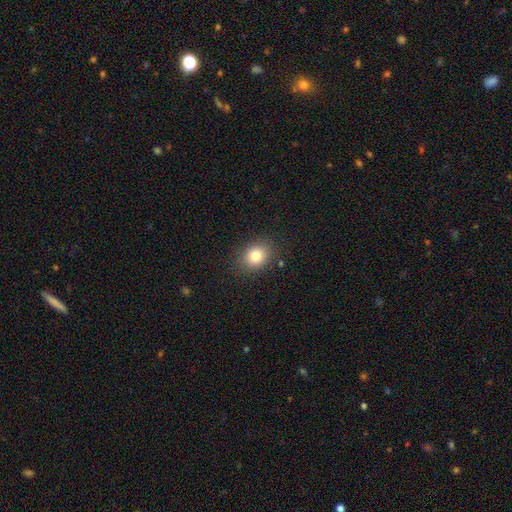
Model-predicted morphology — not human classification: This appears to be a smooth galaxy with no disk features (81%) that is round (55%). Merging: none (85%).